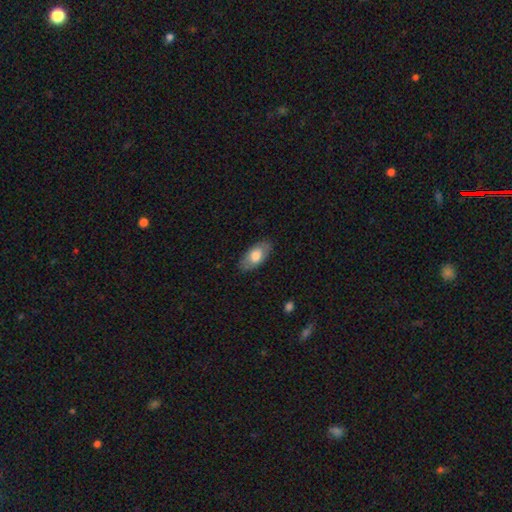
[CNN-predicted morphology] A smooth galaxy with no disk features (74%) that is in between round and cigar-shaped (92%). Merging: none (85%).